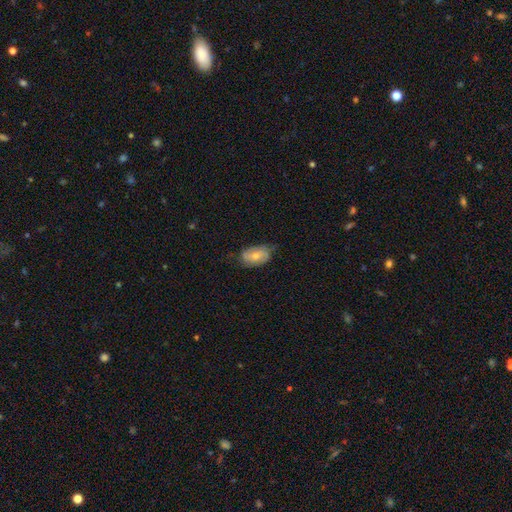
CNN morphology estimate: type=smooth (56%); roundness=in between (91%); merging=none (63%).